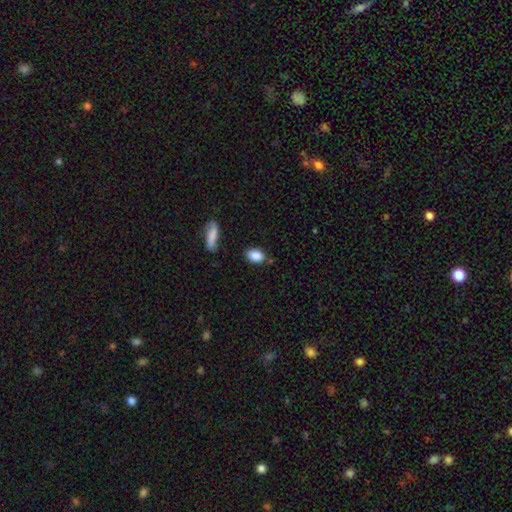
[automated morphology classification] type=smooth (87%); roundness=in between (86%); merging=none (74%).